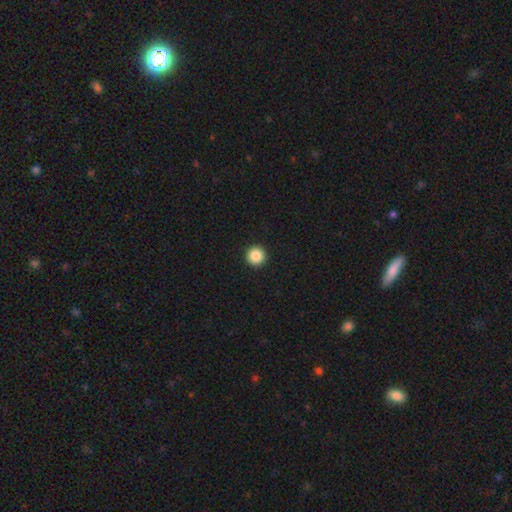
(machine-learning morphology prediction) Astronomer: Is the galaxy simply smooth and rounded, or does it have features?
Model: smooth — 87%.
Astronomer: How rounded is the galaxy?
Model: round — 97%.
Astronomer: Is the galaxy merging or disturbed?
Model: none — 94%.